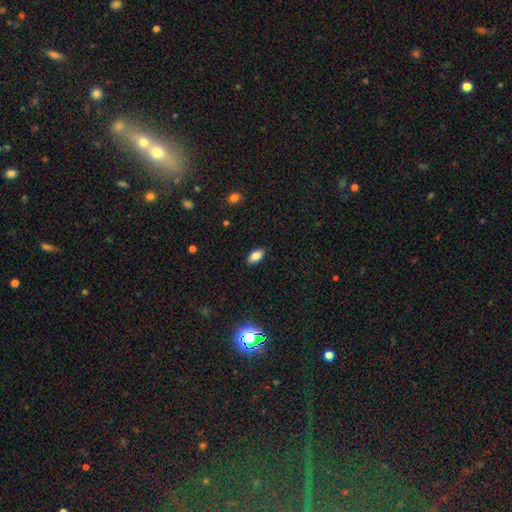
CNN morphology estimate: smooth 82%, star or artifact 9%, featured or disk 9%. Down the decision tree: how rounded — in between (90%); merging — none (87%).